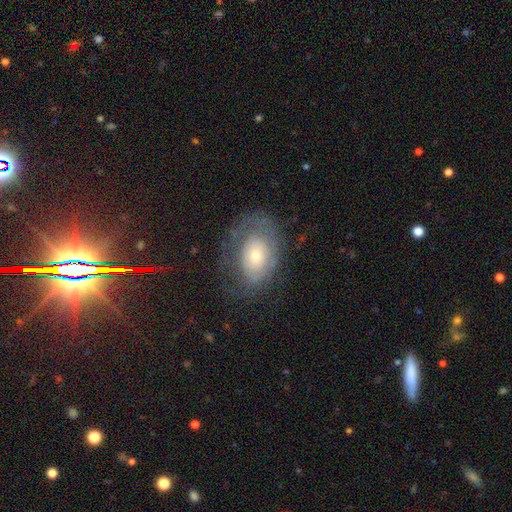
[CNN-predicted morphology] featured or disk 48%, smooth 43%, star or artifact 9%. Down the decision tree: merging — none (54%).